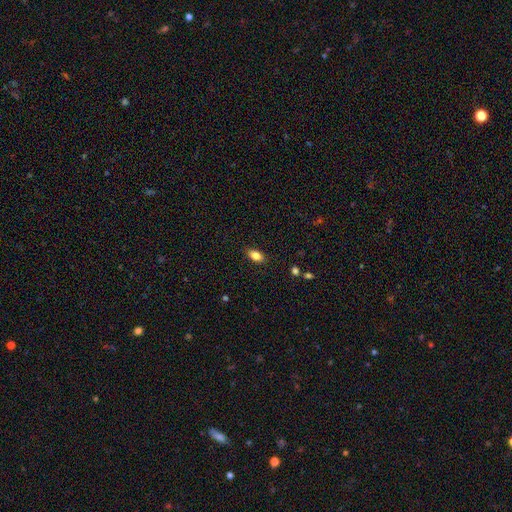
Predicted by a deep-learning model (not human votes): Smooth or featured?
  - smooth: 81% *
  - featured or disk: 10%
  - star or artifact: 9%
How rounded?
  - in between: 87% *
  - round: 6%
  - cigar-shaped: 6%
Merging?
  - none: 87% *
  - minor disturbance: 10%
  - major disturbance: 2%
  - merger: 1%